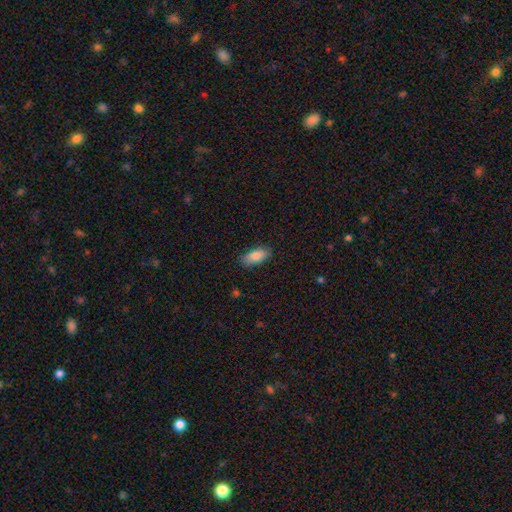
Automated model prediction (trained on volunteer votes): Smooth or featured? Predicted: smooth (p=0.85). How rounded? Predicted: in between (p=0.88). Merging? Predicted: none (p=0.86).